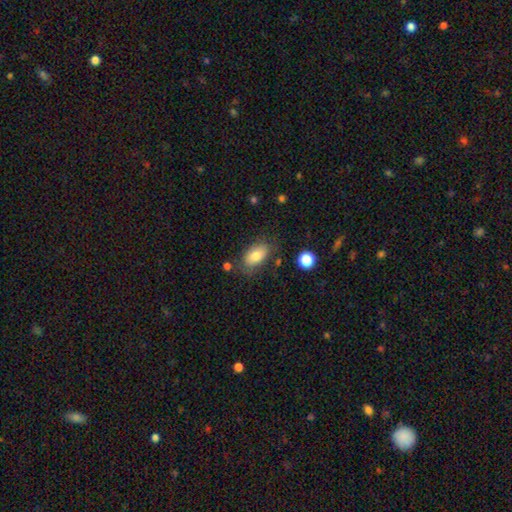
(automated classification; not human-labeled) Overall: smooth (81%). How rounded: in between (90%). Merging: none (73%).